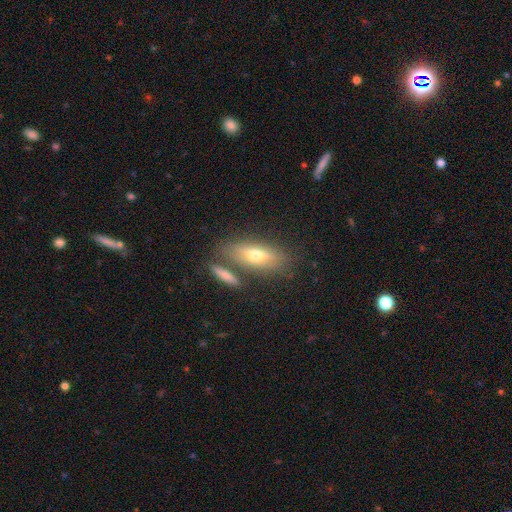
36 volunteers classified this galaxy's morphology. Overall: smooth (67%; featured or disk 31%). How rounded: in between (75%). Merging: none (71%).